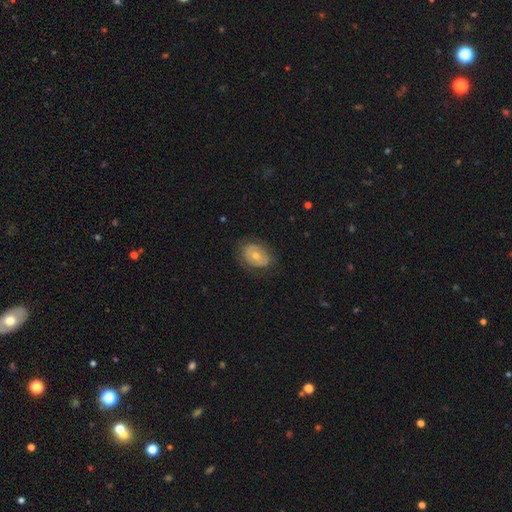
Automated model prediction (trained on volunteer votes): Q: Smooth or featured?
A: smooth (47%); runner-up: featured or disk (46%)
Q: Merging?
A: none (70%); runner-up: minor disturbance (20%)